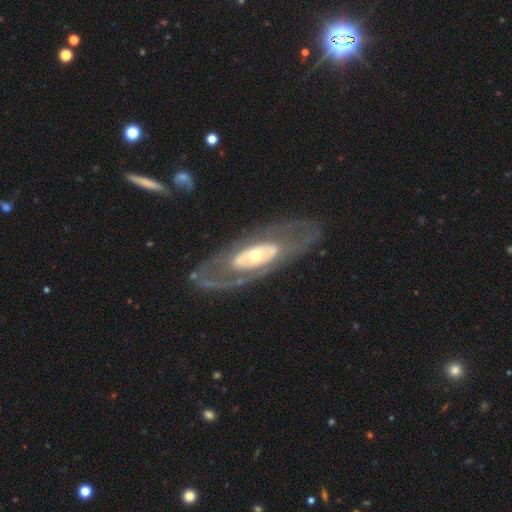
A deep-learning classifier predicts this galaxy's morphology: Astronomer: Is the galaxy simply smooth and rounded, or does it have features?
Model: featured or disk — 78%.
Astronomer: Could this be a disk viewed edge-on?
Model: no — 88%.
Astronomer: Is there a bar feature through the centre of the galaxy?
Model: no — 76%.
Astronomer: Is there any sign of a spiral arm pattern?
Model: no — 60% (runner-up: yes, 40%).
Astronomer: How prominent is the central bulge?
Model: moderate — 59%.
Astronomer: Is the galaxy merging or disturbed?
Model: none — 75%.